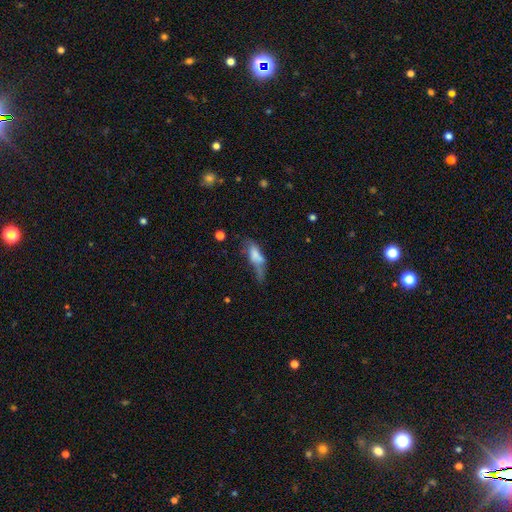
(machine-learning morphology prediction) smooth_or_featured: smooth (p=0.62) [alt: featured or disk p=0.28]
how_rounded: in between (p=0.62) [alt: cigar-shaped p=0.34]
merging: major disturbance (p=0.37) [alt: minor disturbance p=0.27]